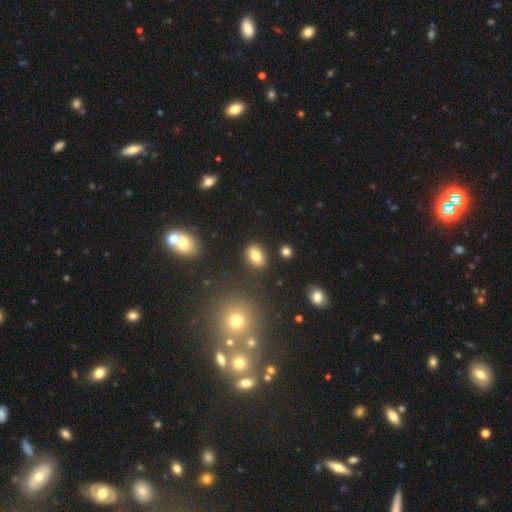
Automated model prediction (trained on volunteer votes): Smooth or featured?
  - smooth: 81% *
  - star or artifact: 10%
  - featured or disk: 9%
How rounded?
  - in between: 76% *
  - round: 22%
  - cigar-shaped: 1%
Merging?
  - none: 85% *
  - minor disturbance: 9%
  - merger: 3%
  - major disturbance: 3%